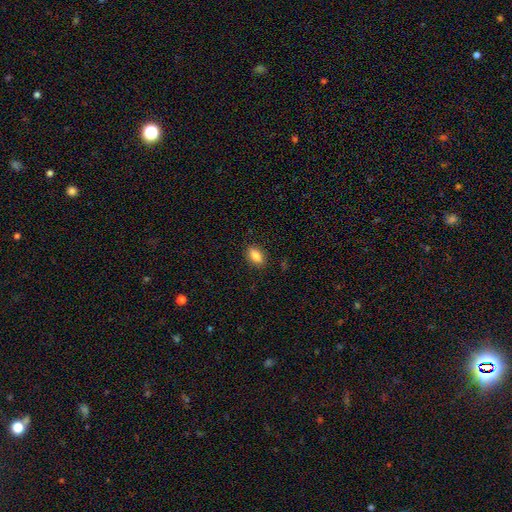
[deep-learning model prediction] This appears to be a smooth galaxy with no disk features (84%) that is in between round and cigar-shaped (88%). Merging: none (88%).